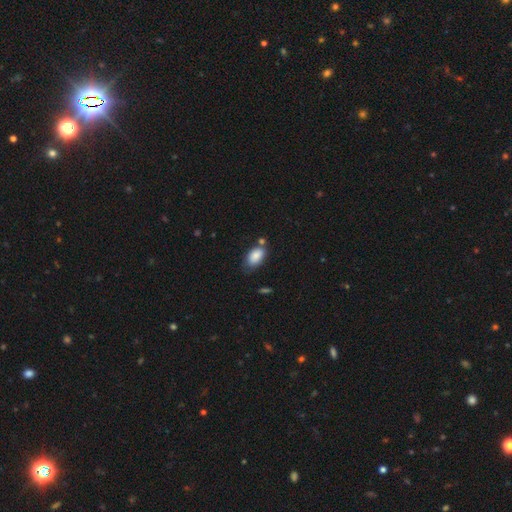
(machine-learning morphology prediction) The model was most divided on "merging": none: 55%, minor disturbance: 26%, merger: 13%, major disturbance: 7%. More confident: how rounded — in between (92%); smooth or featured — smooth (85%).